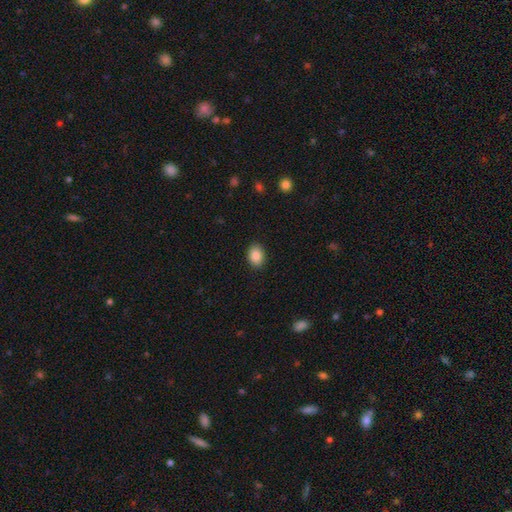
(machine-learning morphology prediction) Smooth or featured?
  - smooth: 87% *
  - star or artifact: 8%
  - featured or disk: 5%
How rounded?
  - in between: 77% *
  - round: 22%
  - cigar-shaped: 1%
Merging?
  - none: 89% *
  - minor disturbance: 8%
  - major disturbance: 2%
  - merger: 1%